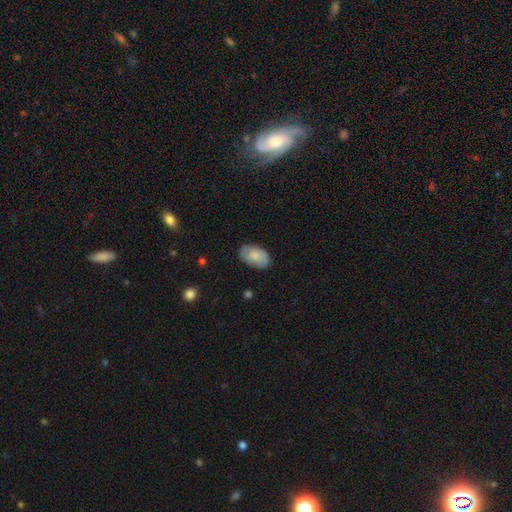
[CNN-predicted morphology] Smooth or featured? smooth (80%)
How rounded? in between (93%)
Merging? none (80%)